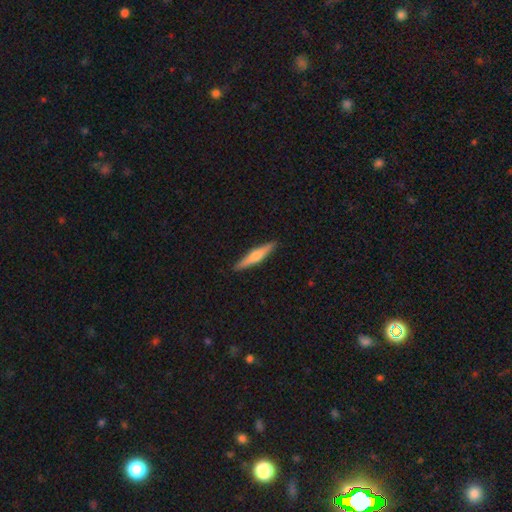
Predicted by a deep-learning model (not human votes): The model was most divided on "smooth or featured": featured or disk: 57%, smooth: 38%, star or artifact: 5%. More confident: edge-on disk — yes (97%); merging — none (92%); edge-on bulge — rounded (87%).